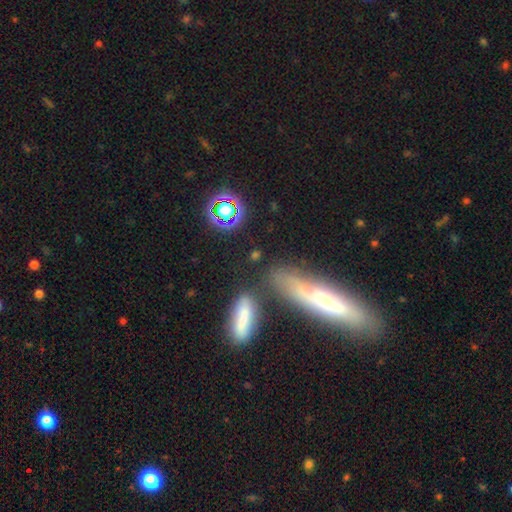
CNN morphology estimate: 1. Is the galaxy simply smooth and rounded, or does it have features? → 53% smooth, 26% star or artifact, 22% featured or disk.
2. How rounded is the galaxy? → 48% cigar-shaped, 35% in between, 17% round.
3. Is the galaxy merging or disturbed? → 61% none, 16% minor disturbance, 15% merger, 8% major disturbance.